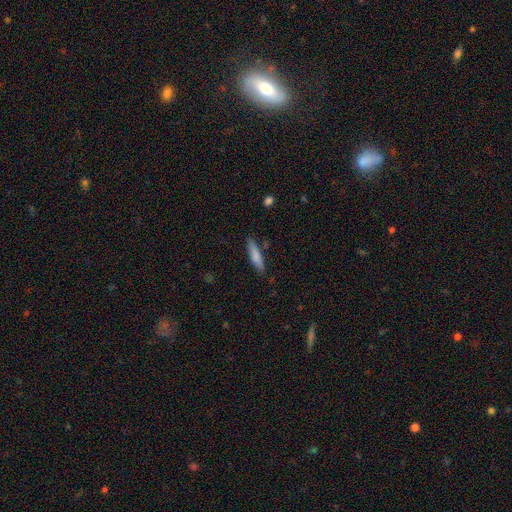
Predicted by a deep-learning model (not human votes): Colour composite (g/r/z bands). It shows a smooth galaxy with no disk features (78%) that is cigar-shaped (80%). Merging: none (83%).